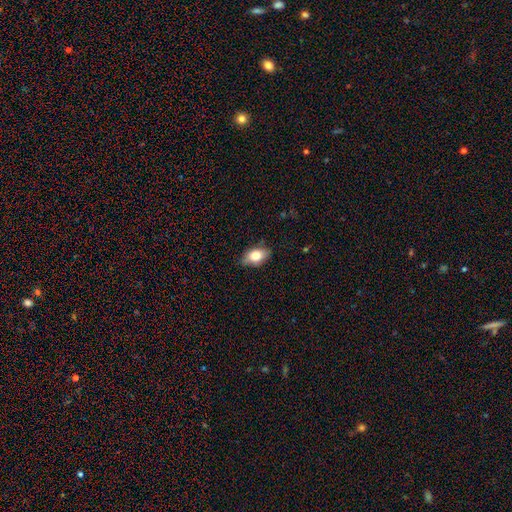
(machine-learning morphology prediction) type=smooth (75%); roundness=in between (85%); merging=none (76%).